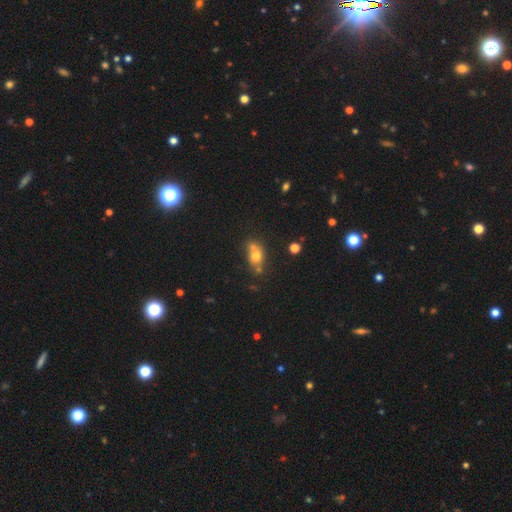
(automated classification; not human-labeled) Smooth or featured?
  - smooth: 69% *
  - featured or disk: 18%
  - star or artifact: 13%
How rounded?
  - round: 49% * (tied)
  - in between: 49% * (tied)
  - cigar-shaped: 2%
Merging?
  - none: 46% *
  - merger: 34%
  - minor disturbance: 14%
  - major disturbance: 5%